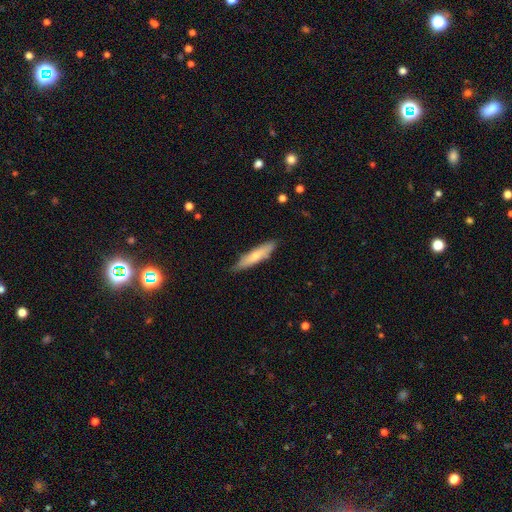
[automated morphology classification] Smooth or featured? Predicted: smooth (p=0.67). How rounded? Predicted: cigar-shaped (p=0.83). Merging? Predicted: none (p=0.82).